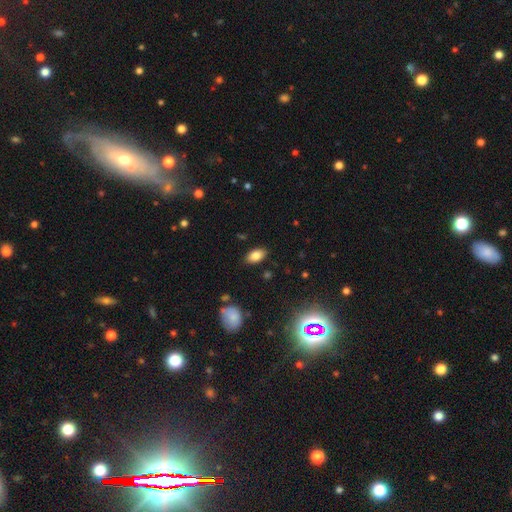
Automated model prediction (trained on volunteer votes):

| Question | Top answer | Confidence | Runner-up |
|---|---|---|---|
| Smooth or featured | smooth | 82% | featured or disk (9%) |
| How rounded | in between | 92% | round (6%) |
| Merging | none | 86% | minor disturbance (11%) |